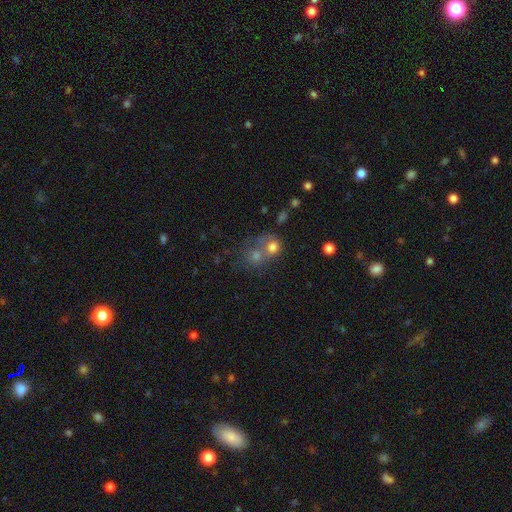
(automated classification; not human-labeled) This is likely a smooth galaxy (64%). How rounded: likely round (77%). Merging: possibly merger (55%).